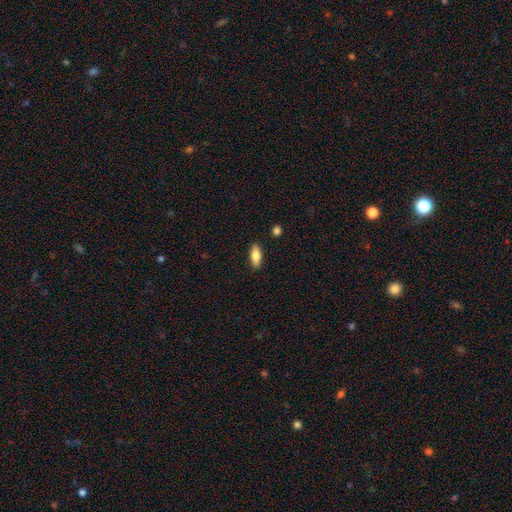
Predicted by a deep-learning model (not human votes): This appears to be a smooth galaxy with no disk features (75%) that is in between round and cigar-shaped (74%). Merging: none (88%).